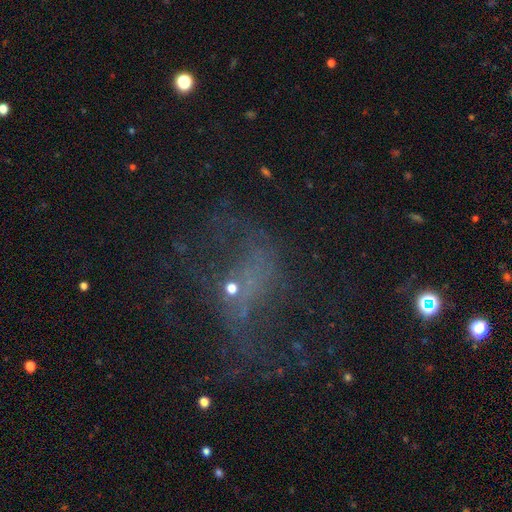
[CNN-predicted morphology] Q: Smooth or featured?
A: featured or disk (54%); runner-up: star or artifact (28%)
Q: Edge-on disk?
A: no (96%); runner-up: yes (4%)
Q: Bar?
A: no (75%); runner-up: weak (19%)
Q: Spiral arms?
A: no (61%); runner-up: yes (39%)
Q: Bulge size?
A: small (49%); runner-up: none (37%)
Q: Merging?
A: none (40%); runner-up: major disturbance (38%)